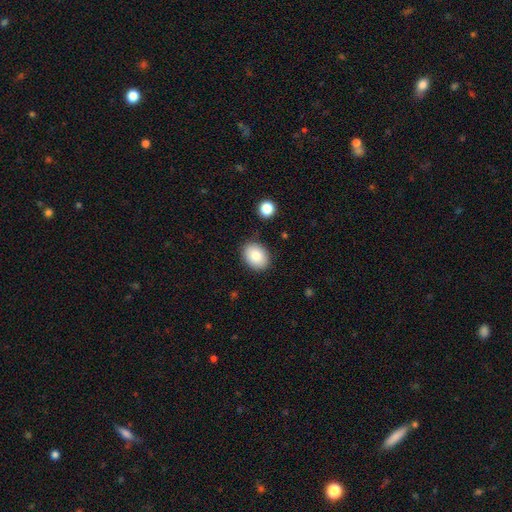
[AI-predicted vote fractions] Smooth or featured?
  - smooth: 85% *
  - star or artifact: 8%
  - featured or disk: 7%
How rounded?
  - in between: 73% *
  - round: 26%
  - cigar-shaped: 1%
Merging?
  - none: 85% *
  - minor disturbance: 10%
  - major disturbance: 2%
  - merger: 2%